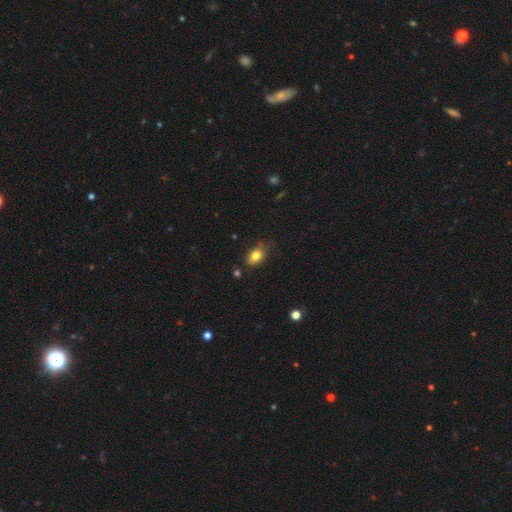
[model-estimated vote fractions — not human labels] This is clearly a smooth galaxy (81%). How rounded: likely in between (74%). Merging: likely none (72%).